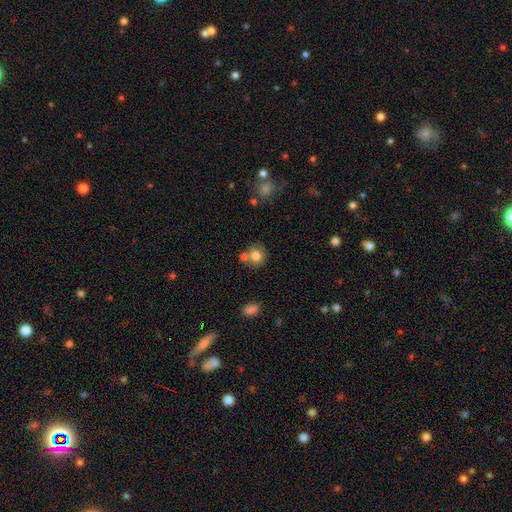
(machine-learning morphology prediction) A smooth galaxy with no disk features (78%) that is round (82%). Merging: none (60%).